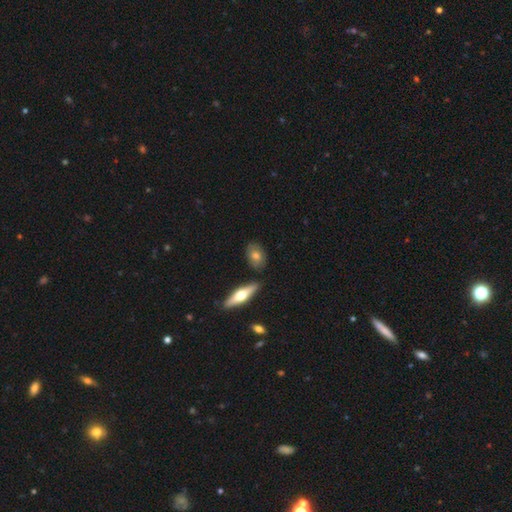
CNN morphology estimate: Smooth or featured?
  - smooth: 69% *
  - featured or disk: 25%
  - star or artifact: 6%
How rounded?
  - in between: 82% *
  - round: 12%
  - cigar-shaped: 7%
Merging?
  - none: 79% *
  - minor disturbance: 14%
  - merger: 5%
  - major disturbance: 3%